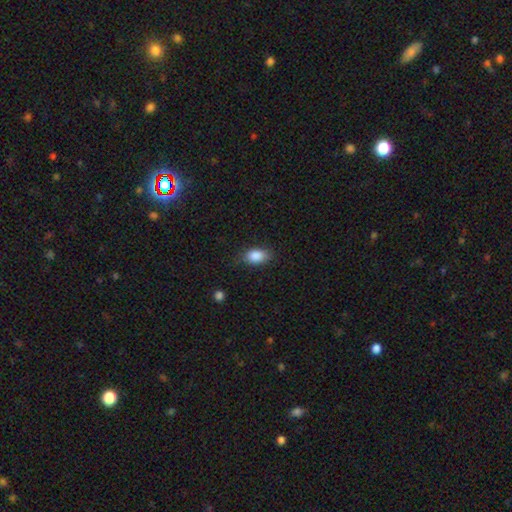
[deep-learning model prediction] Q: Smooth or featured?
A: smooth (87%); runner-up: star or artifact (8%)
Q: How rounded?
A: in between (87%); runner-up: round (11%)
Q: Merging?
A: none (77%); runner-up: minor disturbance (17%)